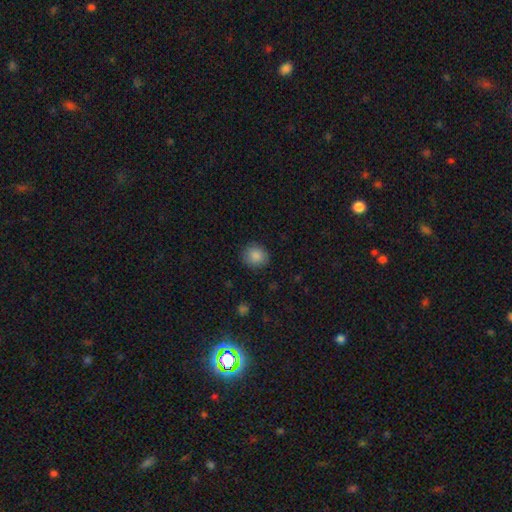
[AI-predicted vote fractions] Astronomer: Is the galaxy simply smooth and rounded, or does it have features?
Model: smooth — 87%.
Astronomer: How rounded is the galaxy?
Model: round — 84%.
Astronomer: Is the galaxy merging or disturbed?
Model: none — 89%.